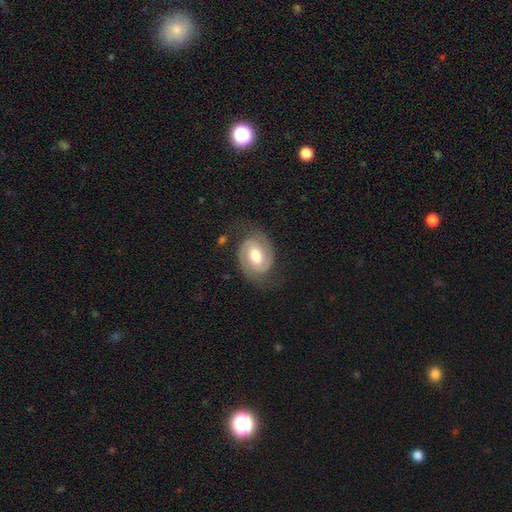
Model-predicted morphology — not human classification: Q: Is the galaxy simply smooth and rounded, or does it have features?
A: featured or disk — 78%.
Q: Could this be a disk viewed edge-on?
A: no — 98%.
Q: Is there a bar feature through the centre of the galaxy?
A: weak — 47%.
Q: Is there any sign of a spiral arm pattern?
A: yes — 94%.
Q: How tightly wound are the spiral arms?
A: medium — 44%.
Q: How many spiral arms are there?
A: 2 — 90%.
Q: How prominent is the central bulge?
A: moderate — 67%.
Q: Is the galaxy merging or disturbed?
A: none — 72%.